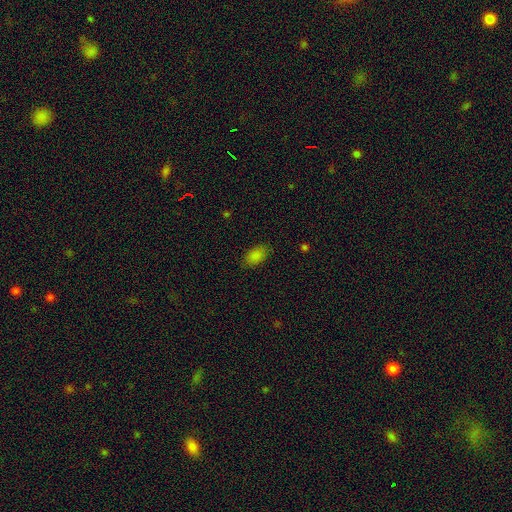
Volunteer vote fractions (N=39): A smooth galaxy with no disk features (90%) that is in between round and cigar-shaped (91%).

Vote fractions:
- Smooth or featured? smooth: 90% / featured or disk: 5% / star or artifact: 5%
- How rounded? in between: 91% / round: 6% / cigar-shaped: 3%
- Merging? none: 89% / major disturbance: 8% / minor disturbance: 3% / merger: 0%